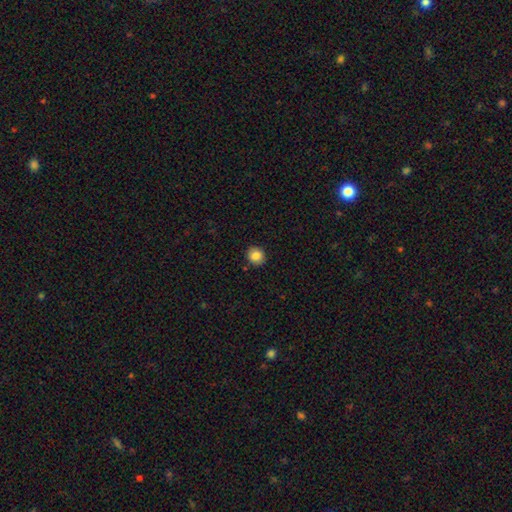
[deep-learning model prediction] A smooth galaxy with no disk features (85%) that is round (86%).

Vote fractions:
- Smooth or featured? smooth: 85% / star or artifact: 9% / featured or disk: 5%
- How rounded? round: 86% / in between: 14% / cigar-shaped: 1%
- Merging? none: 90% / minor disturbance: 7% / major disturbance: 2% / merger: 1%